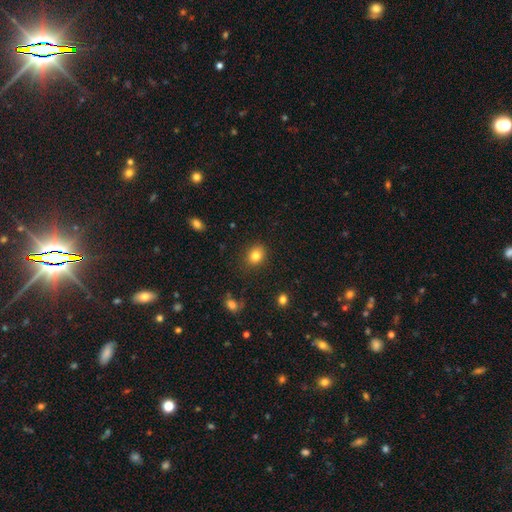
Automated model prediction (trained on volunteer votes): Smooth or featured? smooth (83%)
How rounded? round (54%)
Merging? none (86%)